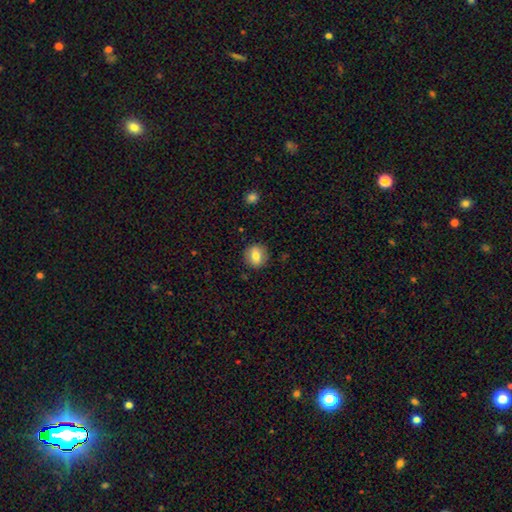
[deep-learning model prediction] A smooth galaxy with no disk features (77%) that is round (82%). Merging: none (88%).